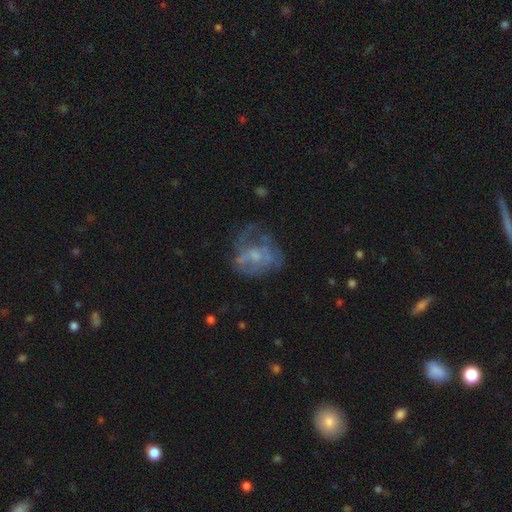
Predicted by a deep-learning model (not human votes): A featured or disk galaxy (58%) with no bar (76%), no spiral arms (65%) and a small central bulge (39%). Merging: none (41%).